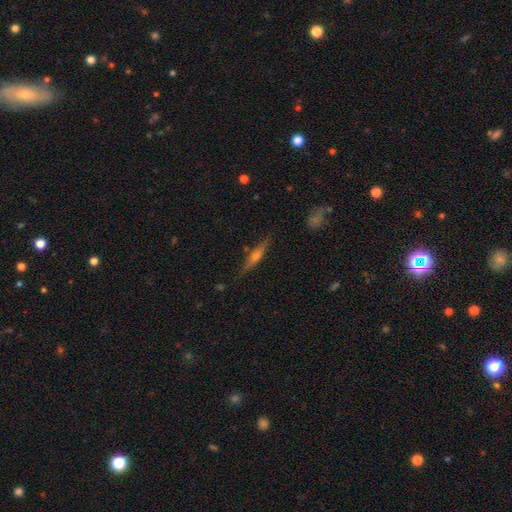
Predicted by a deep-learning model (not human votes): Overall: featured or disk (64%; smooth 27%). Edge-on disk: yes (96%). Edge-on bulge: rounded (81%). Merging: none (86%).